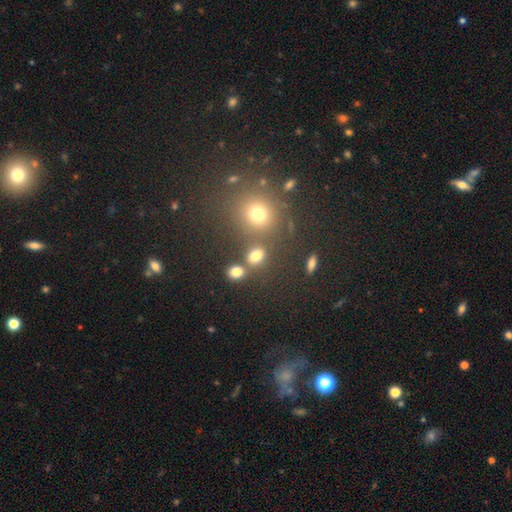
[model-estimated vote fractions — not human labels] Smooth or featured: smooth — 75% (star or artifact — 16%)
How rounded: in between — 57% (round — 41%)
Merging: none — 62% (merger — 22%)